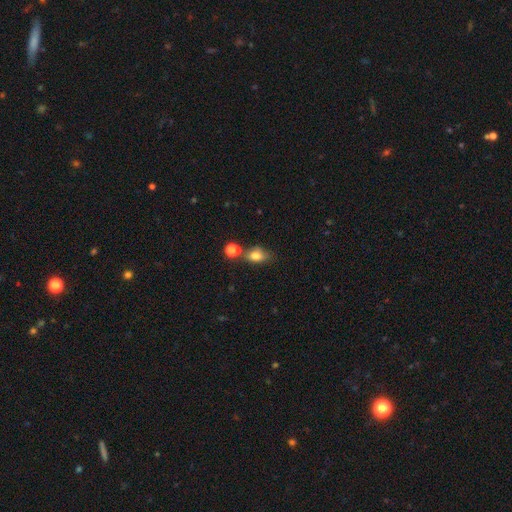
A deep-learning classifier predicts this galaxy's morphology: The model was most divided on "merging": none: 53%, merger: 24%, minor disturbance: 17%, major disturbance: 6%. More confident: smooth or featured — smooth (77%); how rounded — in between (70%).